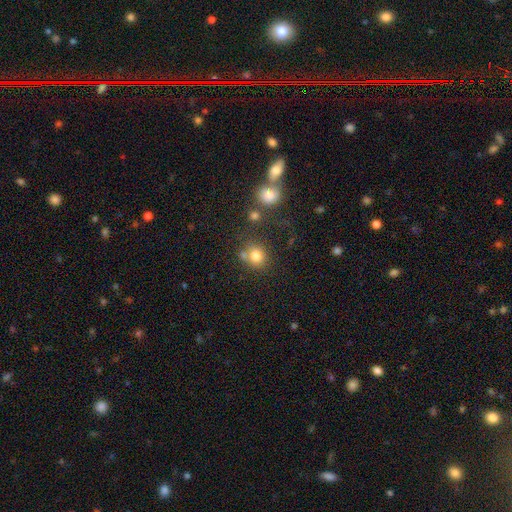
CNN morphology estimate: smooth_or_featured: smooth (p=0.79) [alt: star or artifact p=0.13]
how_rounded: round (p=0.83) [alt: in between p=0.16]
merging: none (p=0.64) [alt: merger p=0.19]